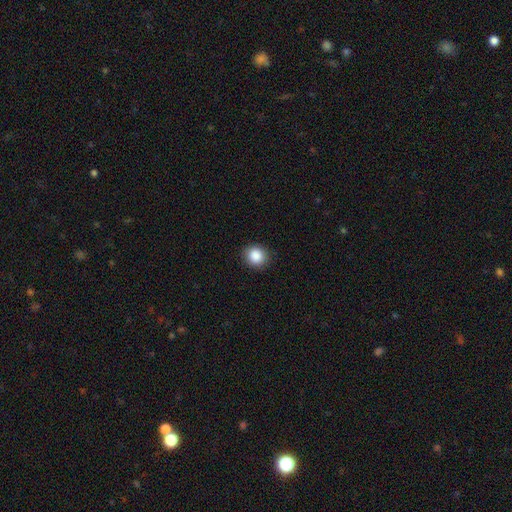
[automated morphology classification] type=smooth (88%); roundness=round (82%); merging=none (89%).